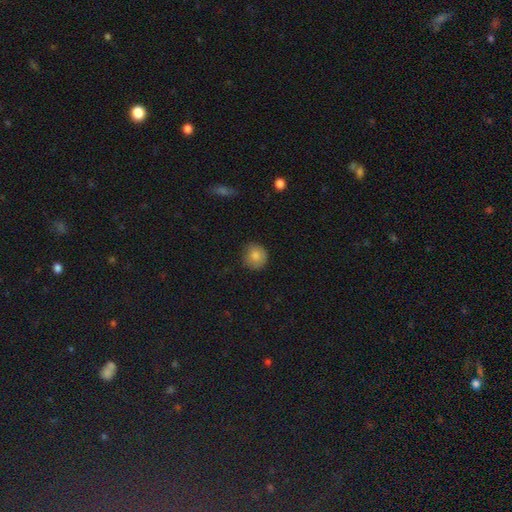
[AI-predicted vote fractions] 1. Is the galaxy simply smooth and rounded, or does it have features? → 83% smooth, 9% featured or disk, 9% star or artifact.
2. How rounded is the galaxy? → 88% round, 11% in between, 1% cigar-shaped.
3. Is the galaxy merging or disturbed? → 78% none, 17% minor disturbance, 3% major disturbance, 1% merger.